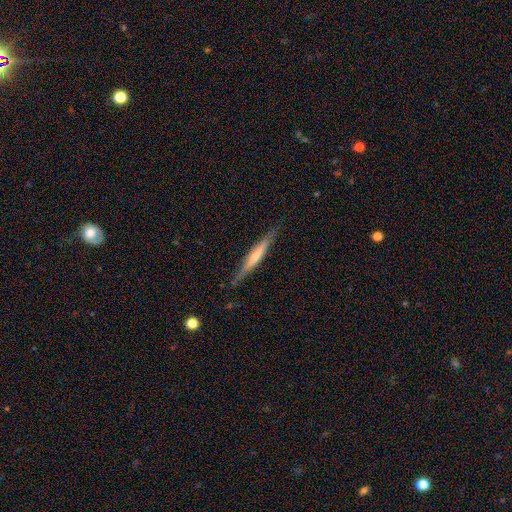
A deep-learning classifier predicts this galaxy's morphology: Smooth or featured?
  - featured or disk: 51% *
  - smooth: 44%
  - star or artifact: 6%
Edge-on disk?
  - yes: 95% *
  - no: 5%
Merging?
  - none: 84% *
  - minor disturbance: 12%
  - major disturbance: 3%
  - merger: 1%